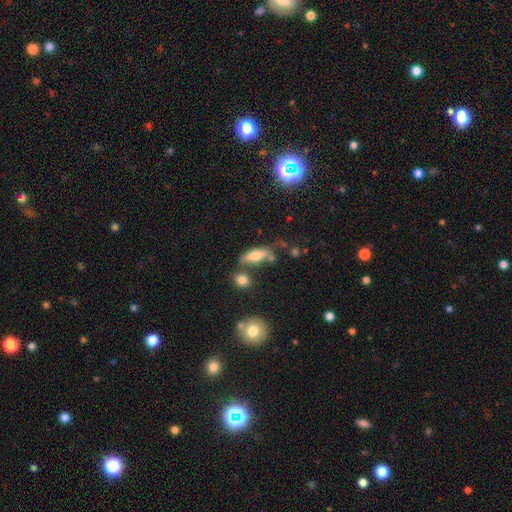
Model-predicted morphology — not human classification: Overall: smooth (64%; featured or disk 27%). How rounded: in between (59%; cigar-shaped 37%). Merging: none (50%; merger 20%).